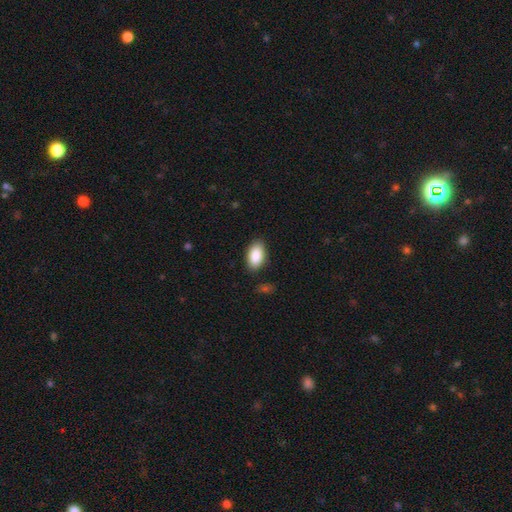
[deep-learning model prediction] Smooth or featured: smooth — 89% (star or artifact — 6%)
How rounded: in between — 94% (round — 4%)
Merging: none — 86% (minor disturbance — 10%)